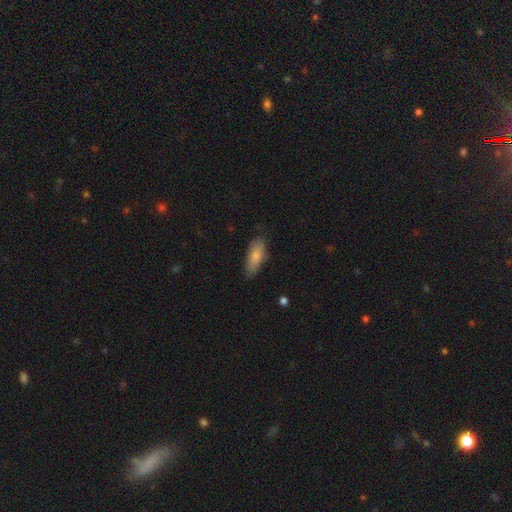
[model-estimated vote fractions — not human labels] Smooth or featured? Predicted: smooth (p=0.79). How rounded? Predicted: in between (p=0.72). Merging? Predicted: none (p=0.73).